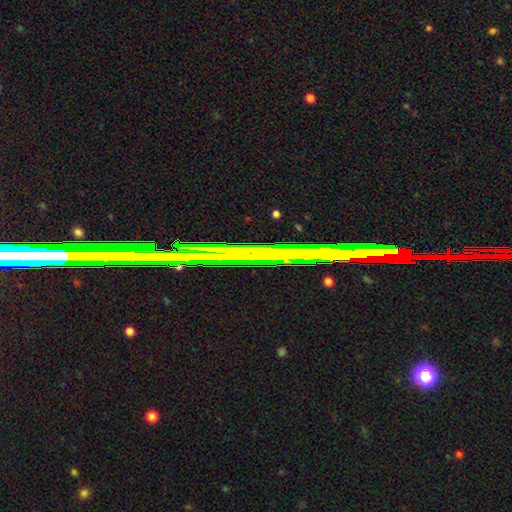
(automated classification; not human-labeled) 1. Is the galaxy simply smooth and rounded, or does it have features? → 61% star or artifact, 27% featured or disk, 12% smooth.